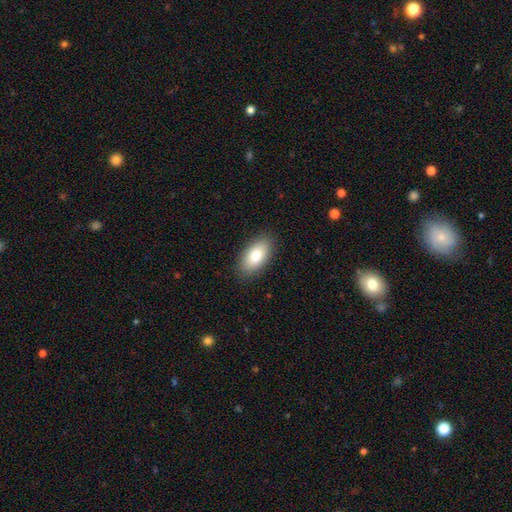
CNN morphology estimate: smooth 80%, featured or disk 13%, star or artifact 7%. Down the decision tree: how rounded — in between (93%); merging — none (88%).